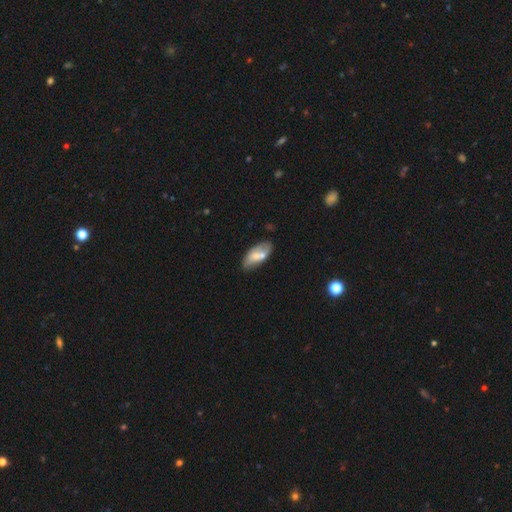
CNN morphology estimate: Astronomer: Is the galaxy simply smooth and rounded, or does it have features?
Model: smooth — 54% (runner-up: featured or disk, 39%).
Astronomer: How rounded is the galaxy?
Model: in between — 89%.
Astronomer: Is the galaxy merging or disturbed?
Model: none — 56%.